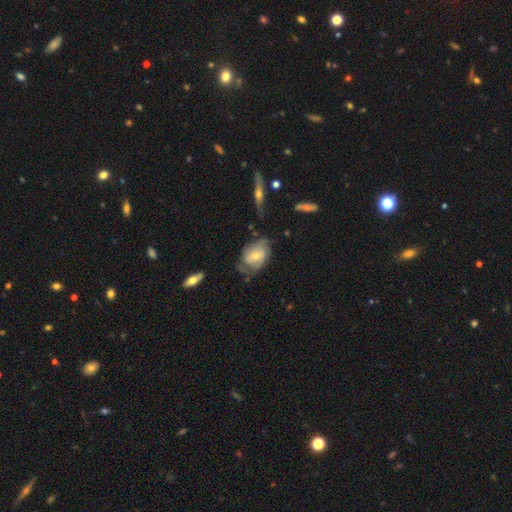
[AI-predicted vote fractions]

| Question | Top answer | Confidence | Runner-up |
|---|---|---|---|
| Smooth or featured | featured or disk | 55% | smooth (38%) |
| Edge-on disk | no | 93% | yes (7%) |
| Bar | no | 67% | weak (26%) |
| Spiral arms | yes | 65% | no (35%) |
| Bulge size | moderate | 54% | small (41%) |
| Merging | none | 43% | minor disturbance (33%) |